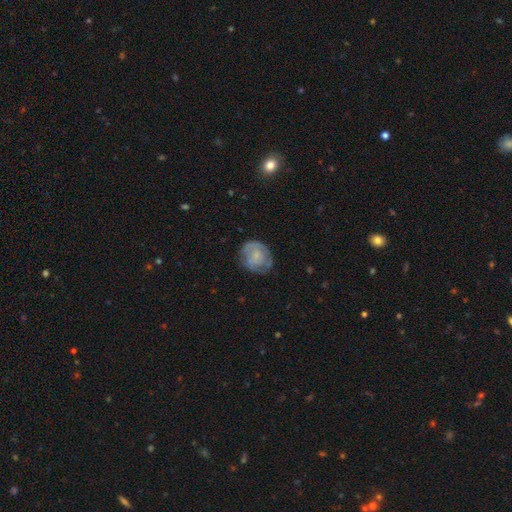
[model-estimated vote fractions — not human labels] This appears to be a smooth galaxy with no disk features (47%). Merging: none (63%).